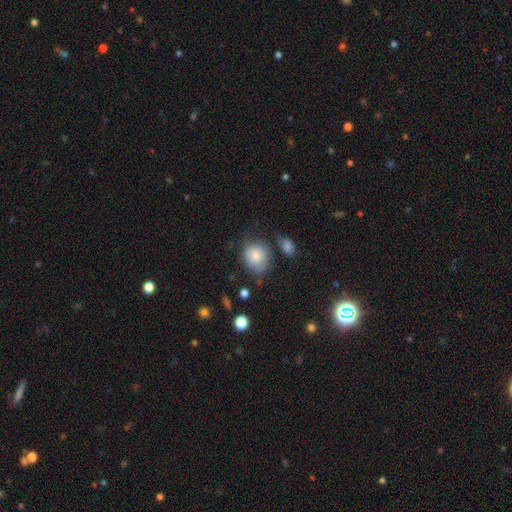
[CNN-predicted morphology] Smooth or featured: smooth — 78% (featured or disk — 15%)
How rounded: round — 67% (in between — 32%)
Merging: none — 53% (minor disturbance — 29%)